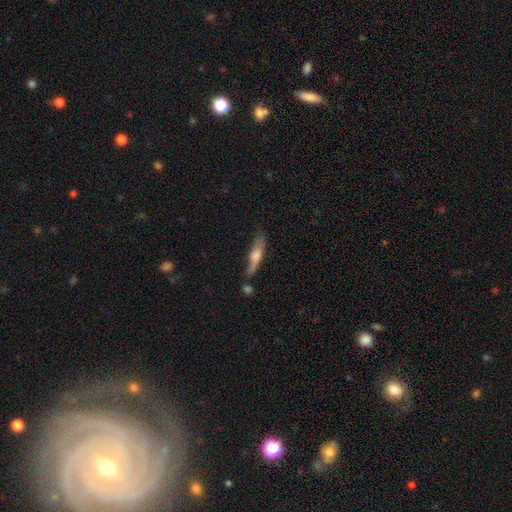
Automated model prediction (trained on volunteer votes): The model was most divided on "smooth or featured": featured or disk: 50%, smooth: 43%, star or artifact: 7%. More confident: merging — none (59%).